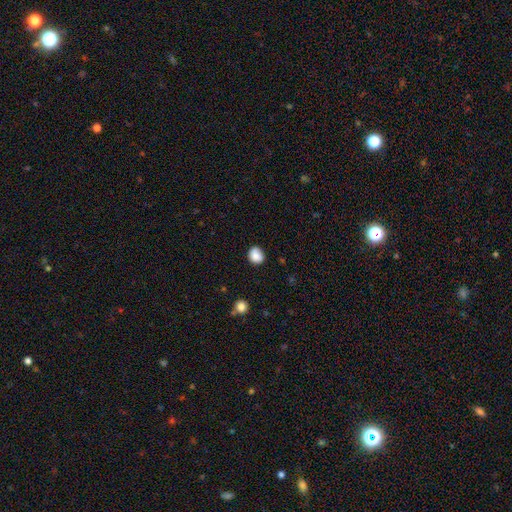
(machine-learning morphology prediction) smooth 85%, star or artifact 9%, featured or disk 6%. Down the decision tree: how rounded — round (68%); merging — none (75%).